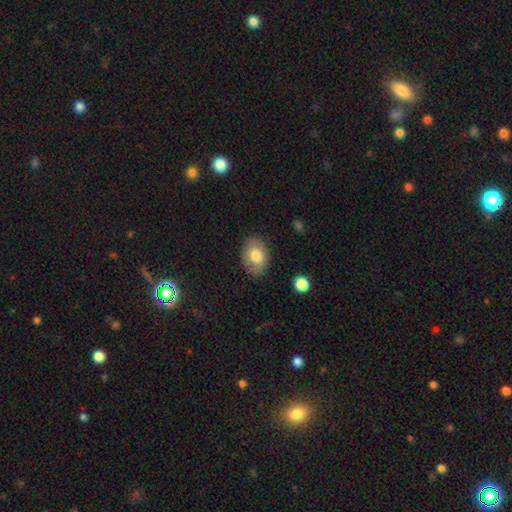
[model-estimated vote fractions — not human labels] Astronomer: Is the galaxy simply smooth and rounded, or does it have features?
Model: smooth — 73%.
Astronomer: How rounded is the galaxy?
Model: in between — 77%.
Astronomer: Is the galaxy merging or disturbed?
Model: none — 82%.